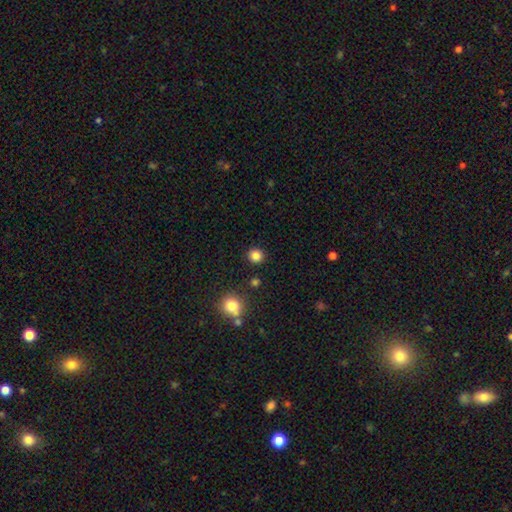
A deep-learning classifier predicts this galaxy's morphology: This appears to be a smooth galaxy with no disk features (85%) that is round (92%). Merging: none (90%).